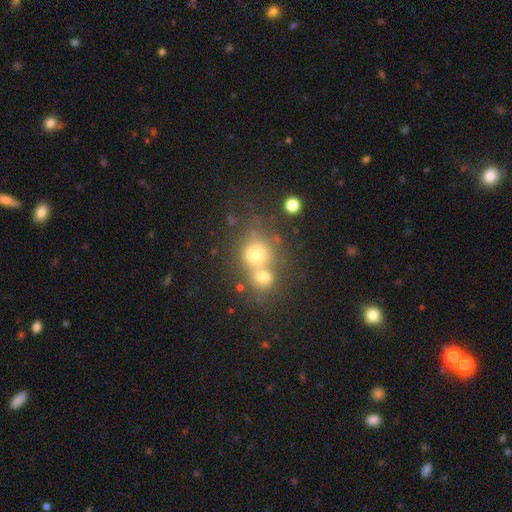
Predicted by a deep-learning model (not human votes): Overall: smooth (63%). How rounded: round (76%). Merging: merger (58%; none 30%).